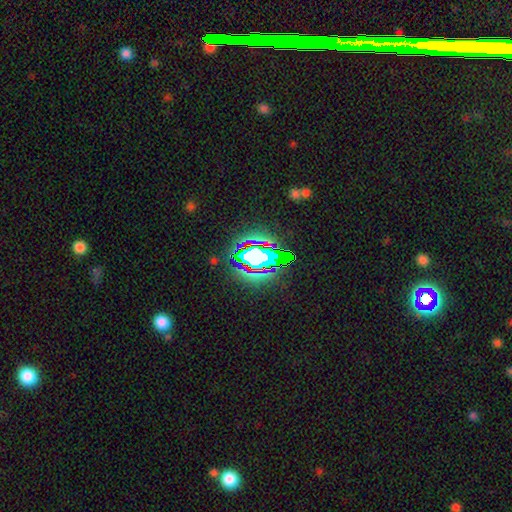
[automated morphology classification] smooth_or_featured: star or artifact (p=0.61) [alt: smooth p=0.23]